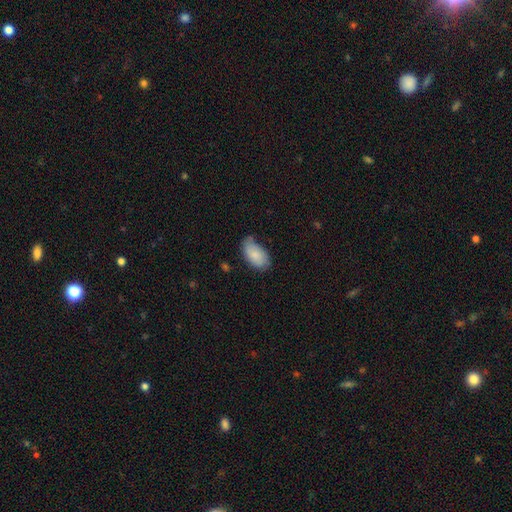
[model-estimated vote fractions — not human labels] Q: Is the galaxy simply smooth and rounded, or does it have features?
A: smooth — 81%.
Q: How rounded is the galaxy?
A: in between — 95%.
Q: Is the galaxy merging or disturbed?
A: none — 58%.